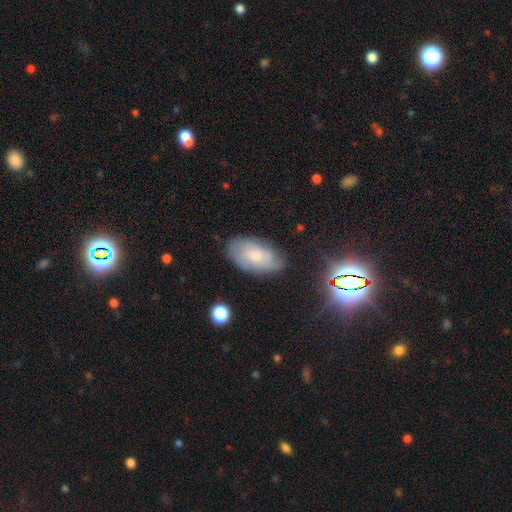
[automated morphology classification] The model was most divided on "smooth or featured": smooth: 48%, featured or disk: 41%, star or artifact: 10%. More confident: merging — none (71%).